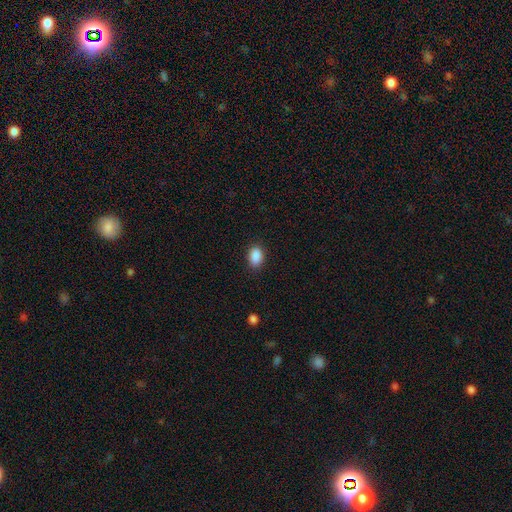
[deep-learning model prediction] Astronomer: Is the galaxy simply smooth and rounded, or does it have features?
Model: smooth — 89%.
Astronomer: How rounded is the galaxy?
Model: in between — 84%.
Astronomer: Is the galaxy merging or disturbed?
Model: none — 87%.